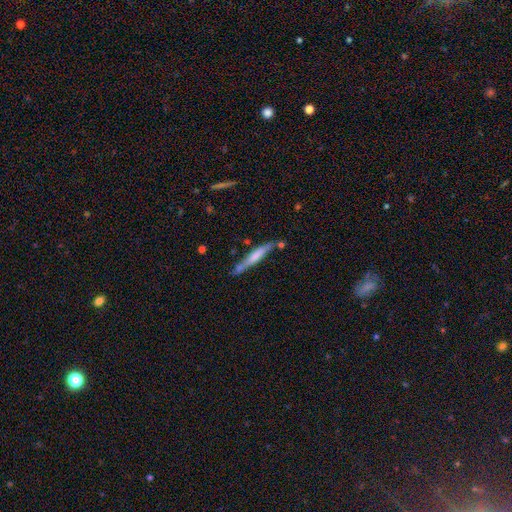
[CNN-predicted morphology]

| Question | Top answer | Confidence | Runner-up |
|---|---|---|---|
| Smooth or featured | smooth | 51% | featured or disk (43%) |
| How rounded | cigar-shaped | 93% | in between (6%) |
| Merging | none | 69% | minor disturbance (19%) |